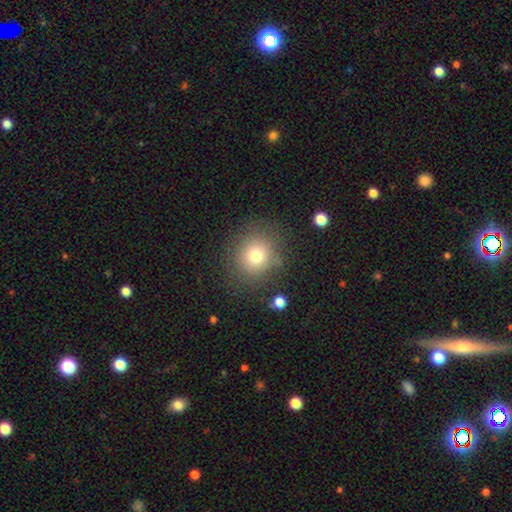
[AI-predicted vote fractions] smooth_or_featured: smooth (p=0.75) [alt: star or artifact p=0.14]
how_rounded: round (p=0.86) [alt: in between p=0.13]
merging: none (p=0.80) [alt: minor disturbance p=0.12]